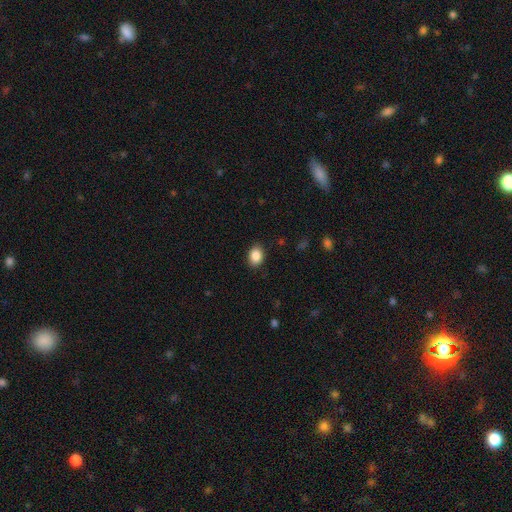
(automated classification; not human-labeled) Overall: smooth (88%). How rounded: in between (73%). Merging: none (88%).